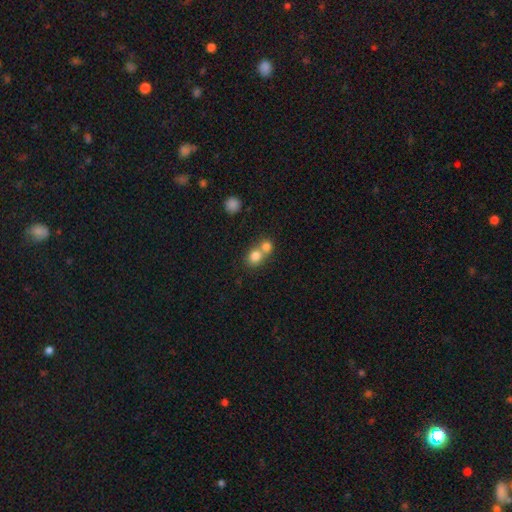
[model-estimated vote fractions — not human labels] Morphology: type=smooth (79%); roundness=round (72%); merging=merger (58%).